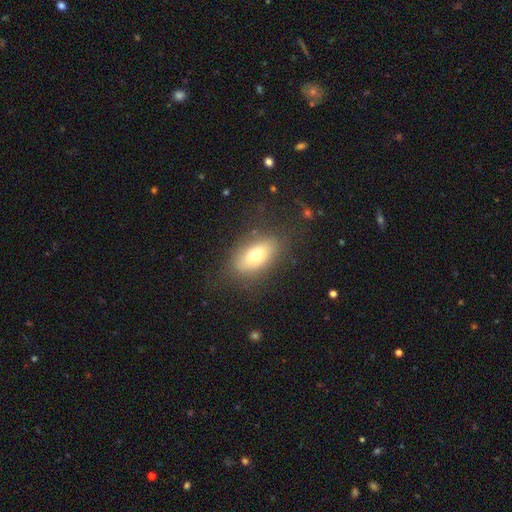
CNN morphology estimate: Smooth or featured: smooth — 68% (featured or disk — 23%)
How rounded: in between — 86% (round — 8%)
Merging: none — 79% (minor disturbance — 13%)